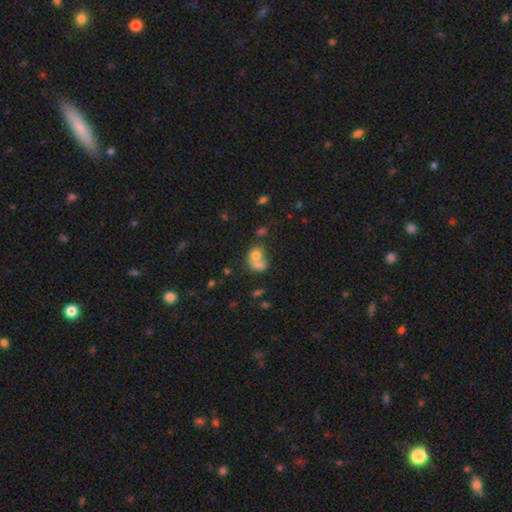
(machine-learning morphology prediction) The model was most divided on "how rounded": round: 53%, in between: 46%, cigar-shaped: 1%. More confident: smooth or featured — smooth (72%); merging — merger (65%).